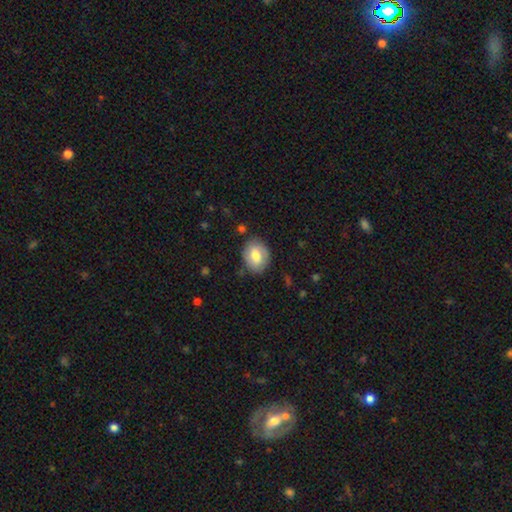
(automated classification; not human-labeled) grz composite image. It shows a smooth galaxy with no disk features (70%) that is in between round and cigar-shaped (61%). Merging: none (81%).